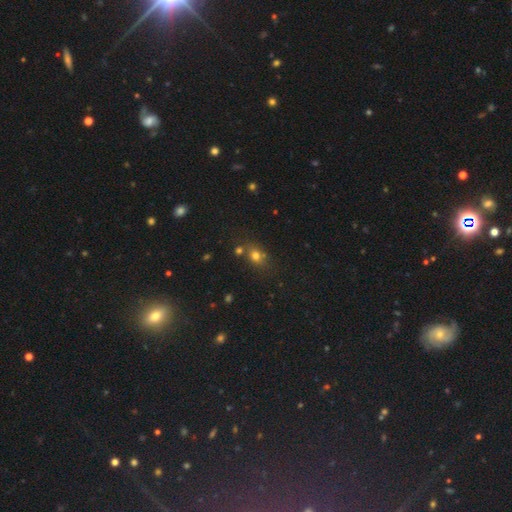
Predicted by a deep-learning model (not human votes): This is likely a smooth galaxy (71%). How rounded: possibly round (52%). Merging: likely none (65%).